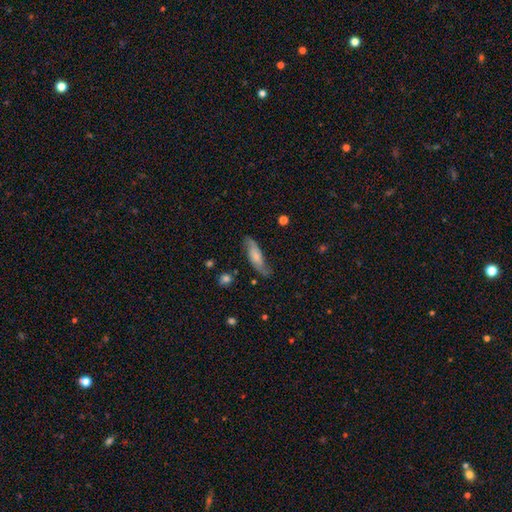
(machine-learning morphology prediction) This is possibly a featured or disk galaxy (54%). It is likely not viewed edge-on (78%). Merging: likely none (74%).